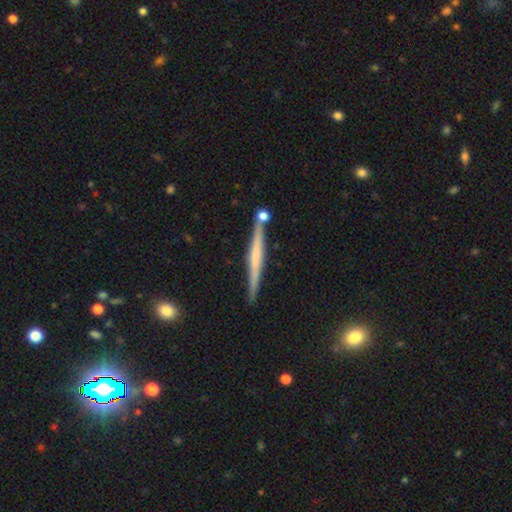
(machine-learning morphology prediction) This is possibly a featured or disk galaxy (59%). It is clearly viewed edge-on (97%). Edge-on bulge: possibly none (54%). Merging: clearly none (83%).